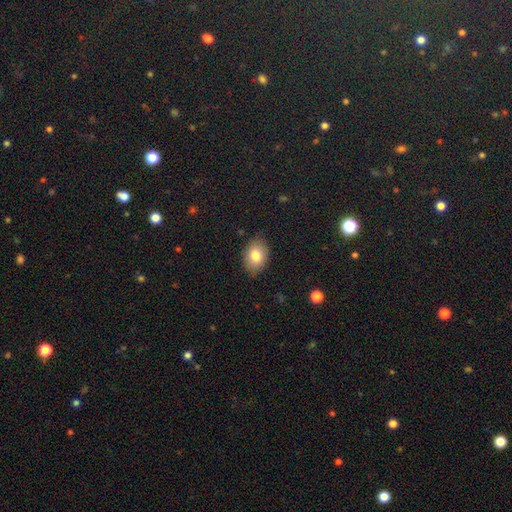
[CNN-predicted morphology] This is clearly a smooth galaxy (80%). How rounded: likely in between (79%). Merging: clearly none (83%).